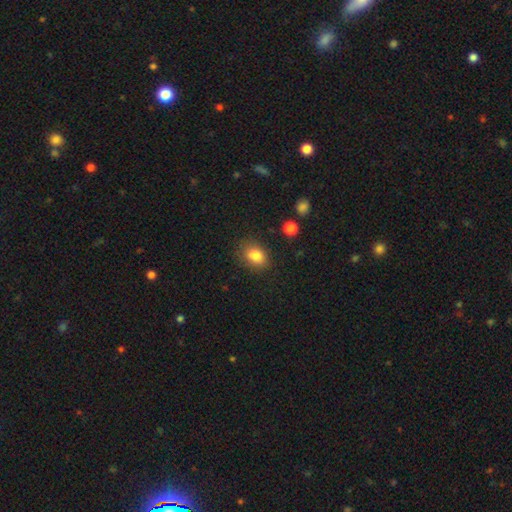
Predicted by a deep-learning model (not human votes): smooth-or-featured: smooth: 83% | star or artifact: 10% | featured or disk: 7%
  how-rounded: in between: 69% | round: 29% | cigar-shaped: 1%
  merging: none: 78% | minor disturbance: 15% | major disturbance: 4% | merger: 2%